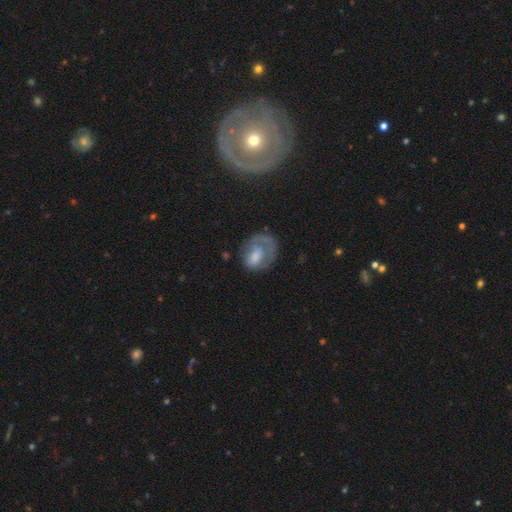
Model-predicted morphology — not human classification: featured or disk 49%, smooth 41%, star or artifact 10%. Down the decision tree: merging — none (52%).